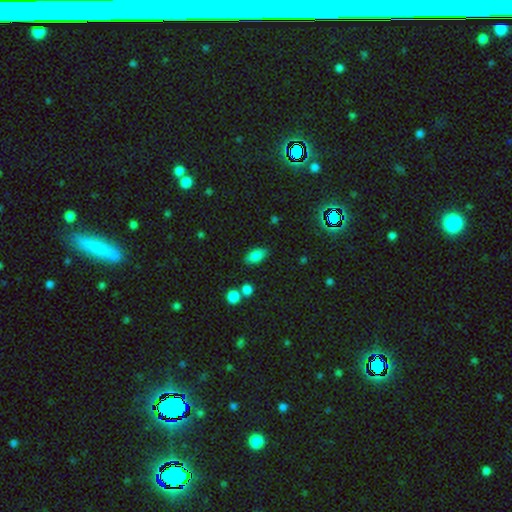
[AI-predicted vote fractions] The model was most divided on "merging": none: 82%, minor disturbance: 12%, merger: 4%, major disturbance: 3%. More confident: how rounded — in between (90%); smooth or featured — smooth (82%).